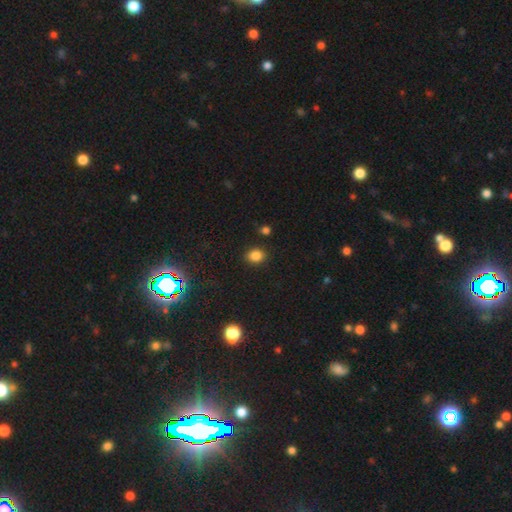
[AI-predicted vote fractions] Smooth or featured? smooth (83%)
How rounded? round (53%)
Merging? none (87%)